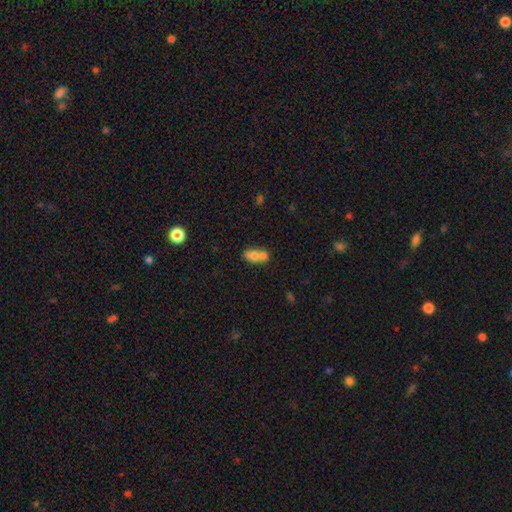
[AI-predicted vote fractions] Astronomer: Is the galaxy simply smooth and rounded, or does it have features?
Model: smooth — 69%.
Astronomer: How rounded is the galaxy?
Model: in between — 71%.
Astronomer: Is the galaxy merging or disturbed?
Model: merger — 64%.